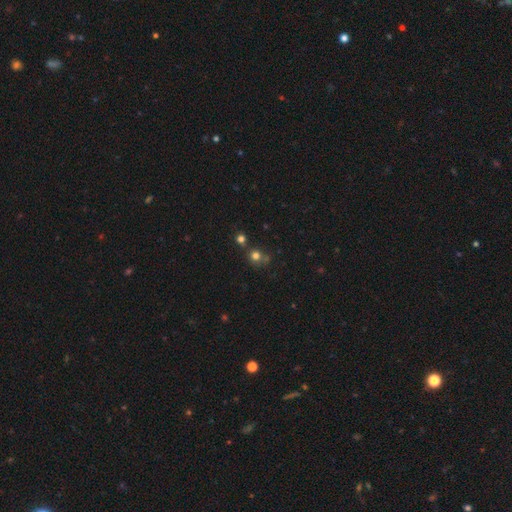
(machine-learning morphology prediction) smooth 71%, star or artifact 21%, featured or disk 8%. Down the decision tree: how rounded — round (89%); merging — none (65%).